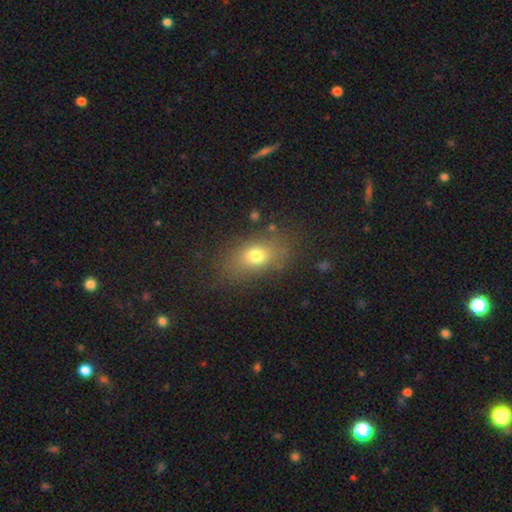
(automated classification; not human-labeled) Q: Smooth or featured?
A: smooth (73%); runner-up: featured or disk (14%)
Q: How rounded?
A: in between (77%); runner-up: round (20%)
Q: Merging?
A: none (78%); runner-up: minor disturbance (14%)